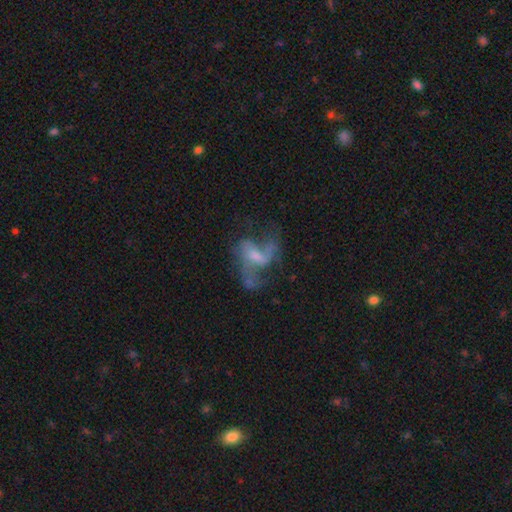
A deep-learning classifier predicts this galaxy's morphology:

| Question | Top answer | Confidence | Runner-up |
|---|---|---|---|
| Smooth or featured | featured or disk | 72% | smooth (17%) |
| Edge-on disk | no | 96% | yes (4%) |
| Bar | weak | 46% | no (38%) |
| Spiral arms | yes | 77% | no (23%) |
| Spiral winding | loose | 67% | medium (27%) |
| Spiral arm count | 2 | 63% | can't tell (13%) |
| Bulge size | small | 41% | moderate (32%) |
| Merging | none | 38% | tied: major disturbance (38%) |